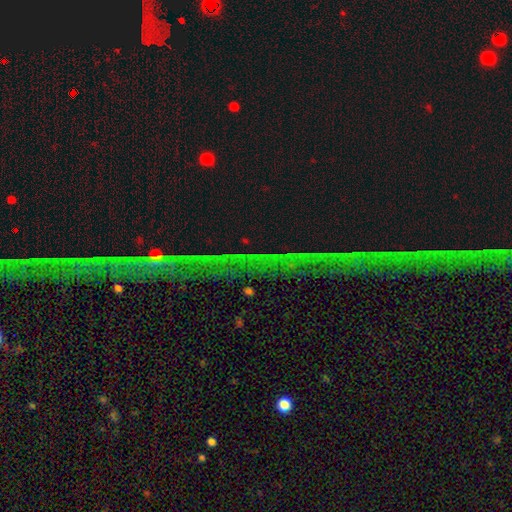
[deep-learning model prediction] smooth-or-featured: star or artifact: 76% | featured or disk: 13% | smooth: 11%